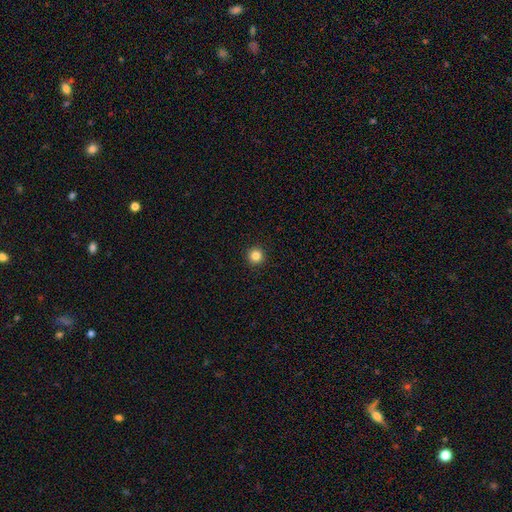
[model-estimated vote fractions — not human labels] Smooth or featured?
  - smooth: 84% *
  - star or artifact: 12%
  - featured or disk: 4%
How rounded?
  - round: 96% *
  - in between: 3%
  - cigar-shaped: 1%
Merging?
  - none: 94% *
  - minor disturbance: 4%
  - major disturbance: 1%
  - merger: 1%